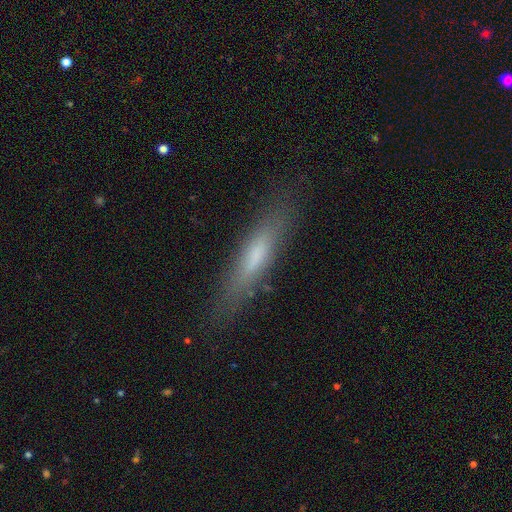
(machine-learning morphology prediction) Smooth or featured? Predicted: smooth (p=0.62). How rounded? Predicted: cigar-shaped (p=0.83). Merging? Predicted: none (p=0.82).